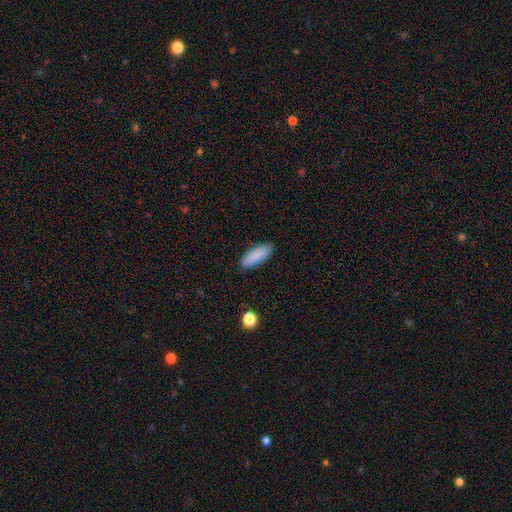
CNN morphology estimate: The model was most divided on "how rounded": in between: 71%, cigar-shaped: 28%, round: 2%. More confident: smooth or featured — smooth (88%); merging — none (85%).